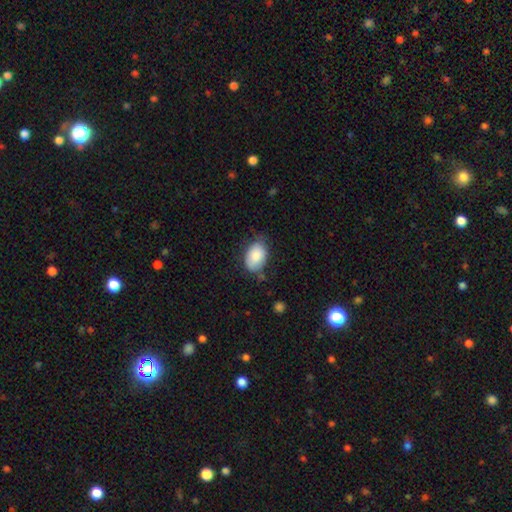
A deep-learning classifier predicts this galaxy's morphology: A smooth galaxy with no disk features (85%) that is in between round and cigar-shaped (88%). Merging: none (67%).